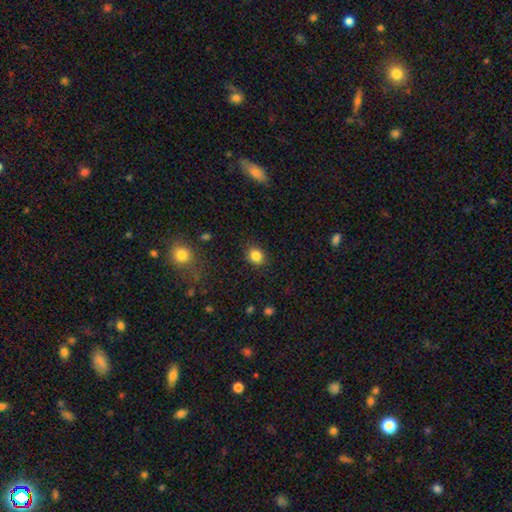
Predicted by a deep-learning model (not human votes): Smooth or featured: smooth — 85% (star or artifact — 10%)
How rounded: round — 60% (in between — 39%)
Merging: none — 88% (minor disturbance — 8%)